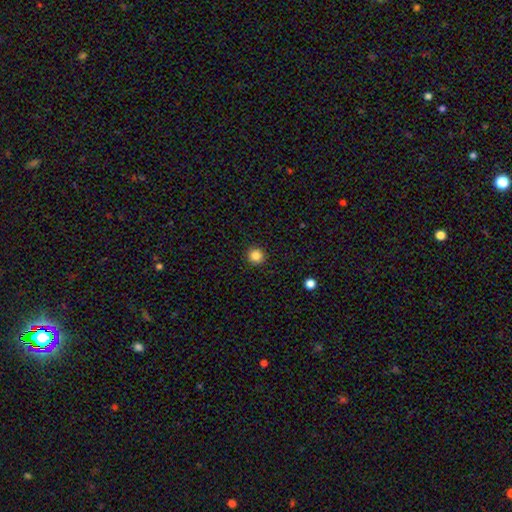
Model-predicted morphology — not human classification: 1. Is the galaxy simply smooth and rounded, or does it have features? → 84% smooth, 11% star or artifact, 4% featured or disk.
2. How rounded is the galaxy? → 95% round, 4% in between, 1% cigar-shaped.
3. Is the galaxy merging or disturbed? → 93% none, 4% minor disturbance, 1% major disturbance, 1% merger.